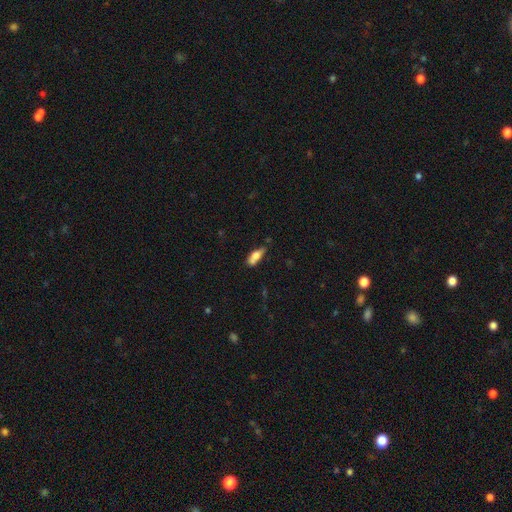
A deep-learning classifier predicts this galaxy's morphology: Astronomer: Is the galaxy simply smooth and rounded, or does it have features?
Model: smooth — 70%.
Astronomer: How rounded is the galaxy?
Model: in between — 65%.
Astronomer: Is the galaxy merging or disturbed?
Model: none — 56%.